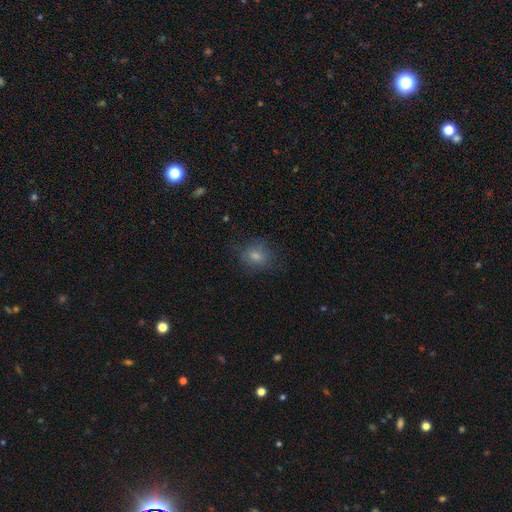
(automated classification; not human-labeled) Morphology: type=smooth (68%); roundness=round (62%); merging=none (76%).